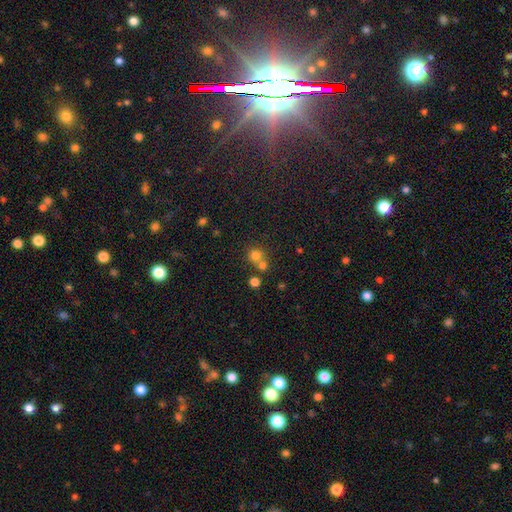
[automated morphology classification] Overall: smooth (74%). How rounded: round (88%). Merging: none (49%; merger 42%).